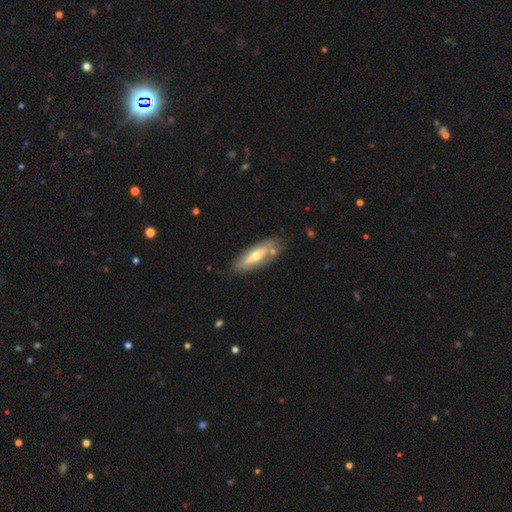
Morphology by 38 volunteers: Overall: featured or disk (61%; smooth 29%). Edge-on disk: no (57%; yes 43%). Bar: no (62%; strong 23%). Spiral arms: no (77%). Bulge size: moderate (46%; small 38%). Merging: none (71%).